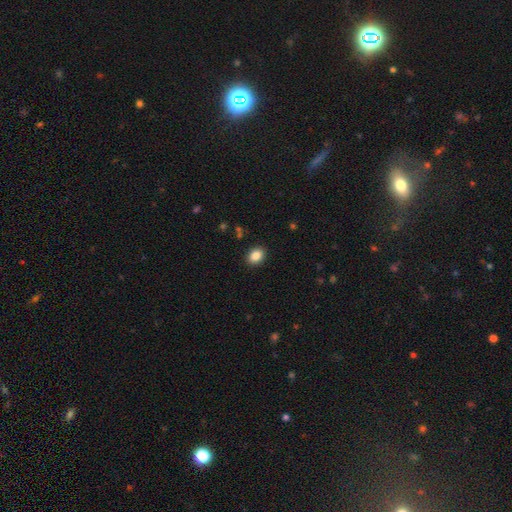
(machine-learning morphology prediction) smooth 86%, star or artifact 9%, featured or disk 5%. Down the decision tree: how rounded — in between (62%); merging — none (90%).